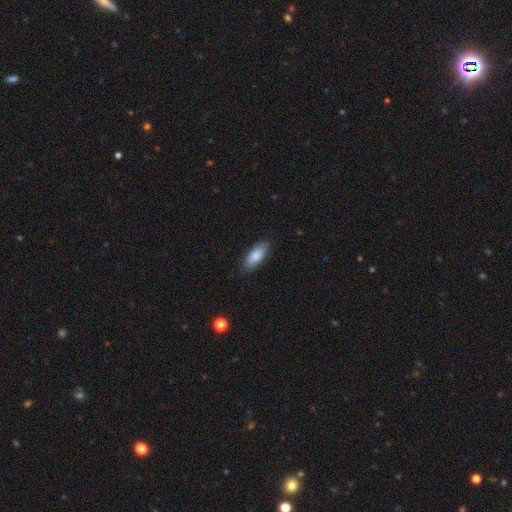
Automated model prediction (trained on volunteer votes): Smooth or featured: smooth — 85% (featured or disk — 9%)
How rounded: in between — 78% (cigar-shaped — 21%)
Merging: none — 85% (minor disturbance — 12%)